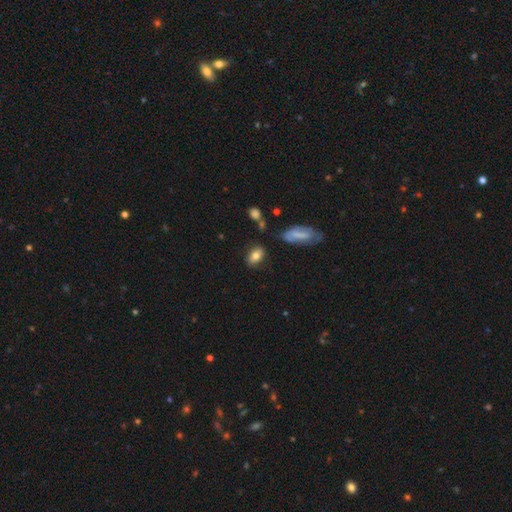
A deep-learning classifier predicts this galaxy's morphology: Q: Smooth or featured?
A: smooth (78%); runner-up: featured or disk (13%)
Q: How rounded?
A: in between (87%); runner-up: round (10%)
Q: Merging?
A: none (78%); runner-up: minor disturbance (14%)